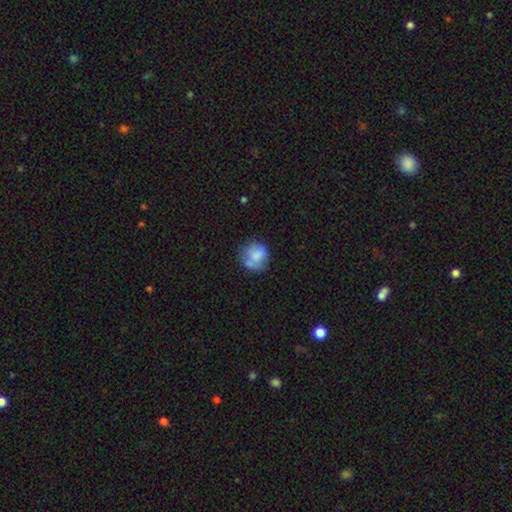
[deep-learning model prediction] Smooth or featured?
  - smooth: 71% *
  - featured or disk: 21%
  - star or artifact: 9%
How rounded?
  - round: 82% *
  - in between: 17%
  - cigar-shaped: 1%
Merging?
  - none: 54% *
  - minor disturbance: 25%
  - major disturbance: 11%
  - merger: 10%